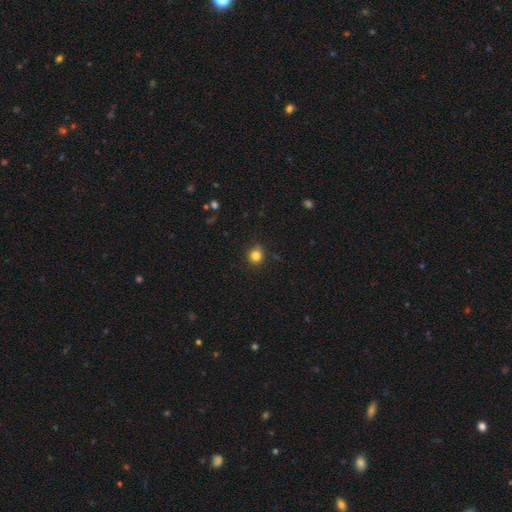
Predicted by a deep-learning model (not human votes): Overall: smooth (83%). How rounded: round (86%). Merging: none (85%).